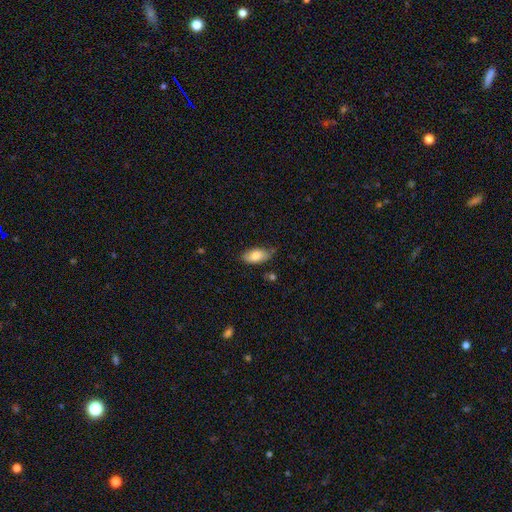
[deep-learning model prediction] A smooth galaxy with no disk features (79%) that is in between round and cigar-shaped (91%).

Vote fractions:
- Smooth or featured? smooth: 79% / featured or disk: 14% / star or artifact: 7%
- How rounded? in between: 91% / cigar-shaped: 5% / round: 3%
- Merging? none: 64% / minor disturbance: 28% / major disturbance: 5% / merger: 3%